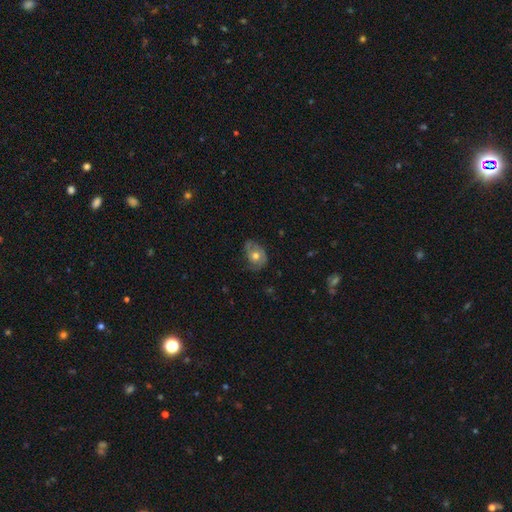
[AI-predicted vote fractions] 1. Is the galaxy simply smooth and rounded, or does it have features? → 51% featured or disk, 41% smooth, 8% star or artifact.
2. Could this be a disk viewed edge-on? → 95% no, 5% yes.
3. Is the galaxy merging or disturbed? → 58% none, 29% minor disturbance, 12% major disturbance, 1% merger.